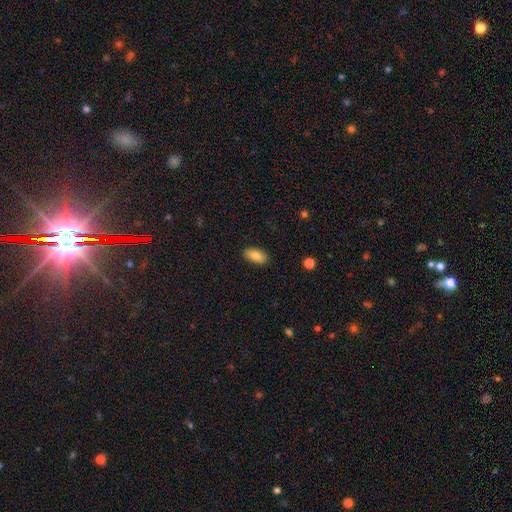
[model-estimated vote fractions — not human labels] smooth 86%, featured or disk 7%, star or artifact 7%. Down the decision tree: how rounded — in between (89%); merging — none (88%).